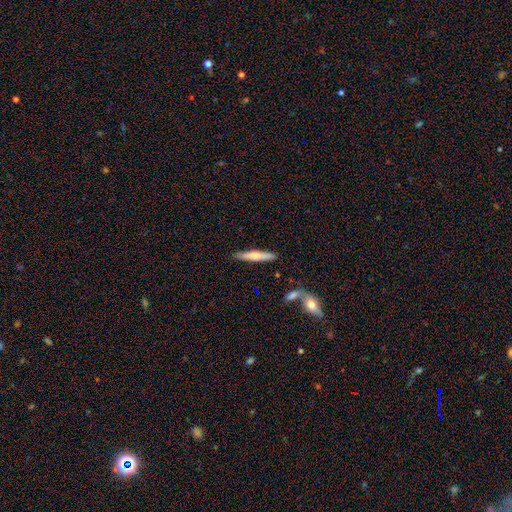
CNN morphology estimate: A smooth galaxy with no disk features (62%) that is cigar-shaped (92%).

Vote fractions:
- Smooth or featured? smooth: 62% / featured or disk: 33% / star or artifact: 5%
- How rounded? cigar-shaped: 92% / in between: 7% / round: 1%
- Merging? none: 85% / minor disturbance: 9% / merger: 4% / major disturbance: 2%